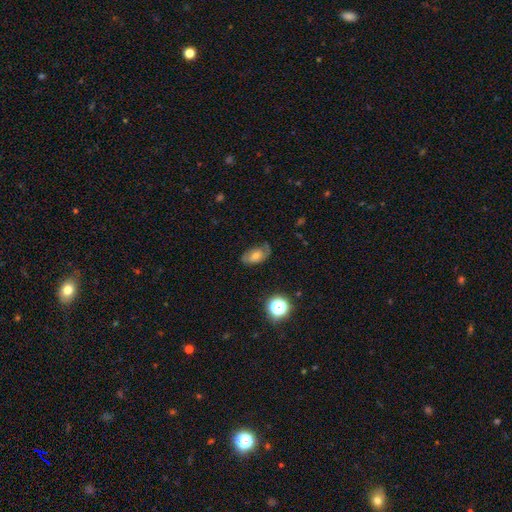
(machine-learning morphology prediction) The model was most divided on "smooth or featured": smooth: 53%, featured or disk: 35%, star or artifact: 13%. More confident: how rounded — in between (86%); merging — none (63%).